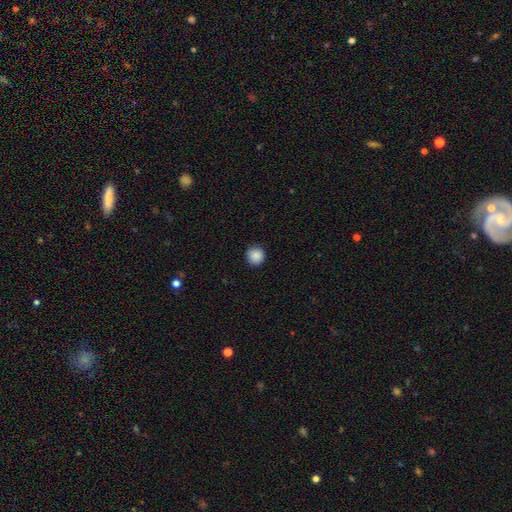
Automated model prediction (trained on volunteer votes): Overall: smooth (88%). How rounded: round (94%). Merging: none (91%).